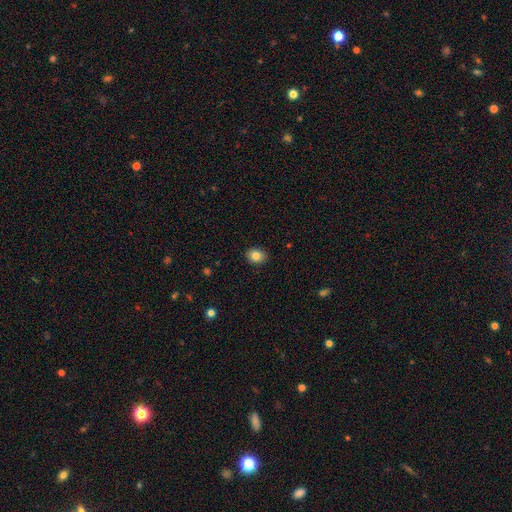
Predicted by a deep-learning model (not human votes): Overall: smooth (84%). How rounded: in between (52%; round 47%). Merging: none (89%).